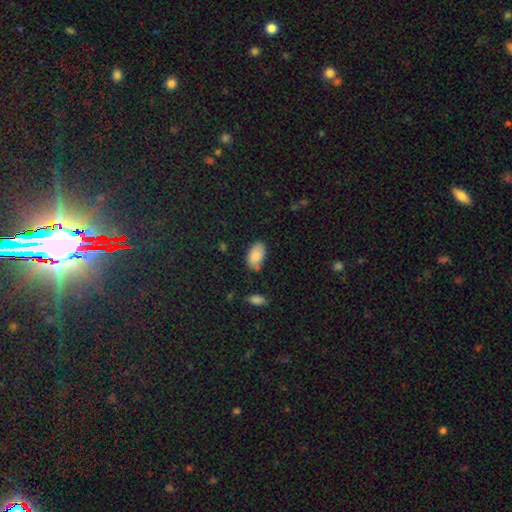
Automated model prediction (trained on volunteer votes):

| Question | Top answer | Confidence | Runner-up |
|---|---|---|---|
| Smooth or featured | smooth | 86% | star or artifact (7%) |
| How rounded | in between | 94% | round (4%) |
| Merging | none | 65% | minor disturbance (23%) |